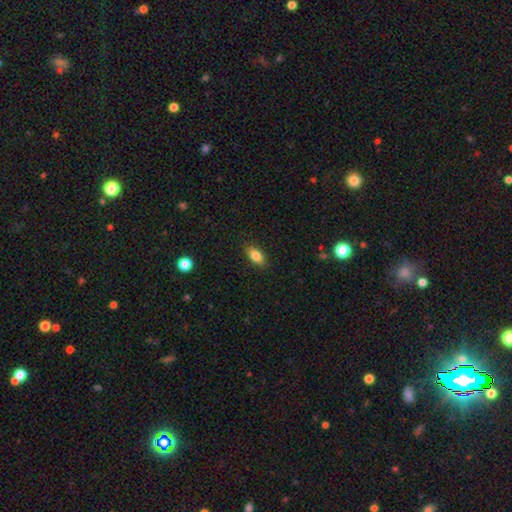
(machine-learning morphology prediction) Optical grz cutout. It shows a smooth galaxy with no disk features (83%) that is in between round and cigar-shaped (88%). Merging: none (87%).